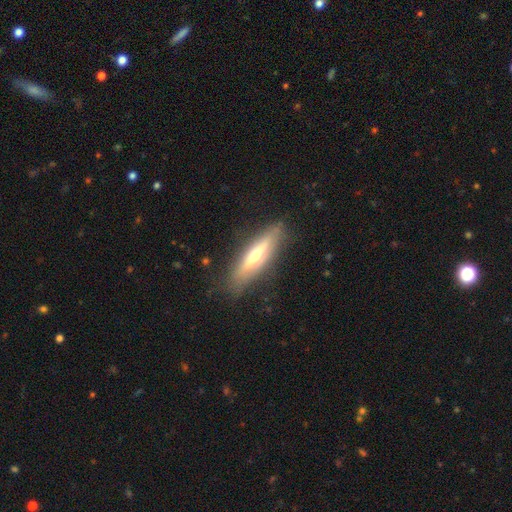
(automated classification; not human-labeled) Morphology: type=featured or disk (57%); edge-on=yes (85%); merging=none (83%).